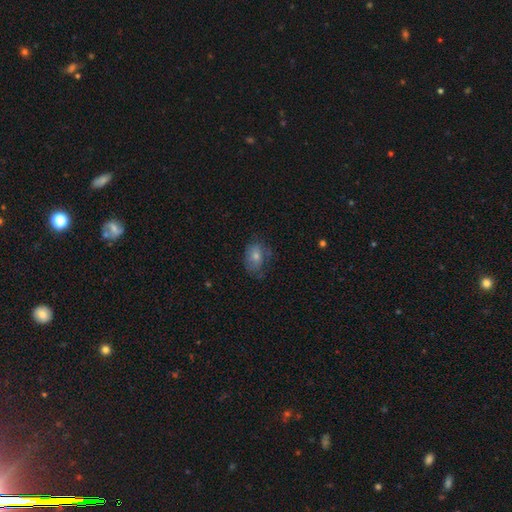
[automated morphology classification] type=smooth (58%); roundness=in between (71%); merging=none (64%).